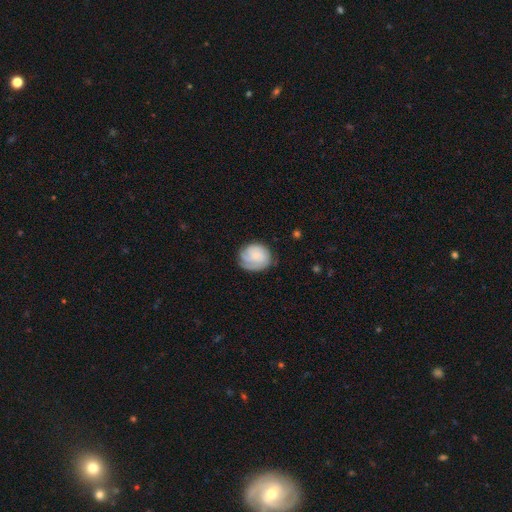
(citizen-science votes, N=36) Smooth or featured? 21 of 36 (58%) said featured or disk. Edge-on disk? 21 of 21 (100%) said no. Bar? 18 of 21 (86%) said no. Spiral arms? 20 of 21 (95%) said yes. Spiral winding? 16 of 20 (80%) said tight. Spiral arm count? 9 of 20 (45%) said 2. Bulge size? 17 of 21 (81%) said small. Merging? 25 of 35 (71%) said none.